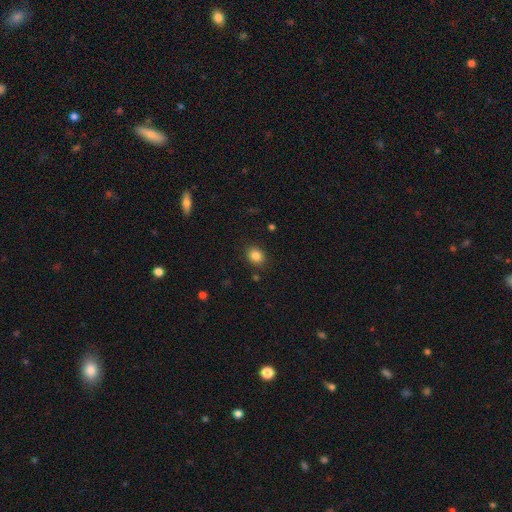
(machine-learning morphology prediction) Smooth or featured? Predicted: smooth (p=0.85). How rounded? Predicted: round (p=0.58). Merging? Predicted: none (p=0.87).